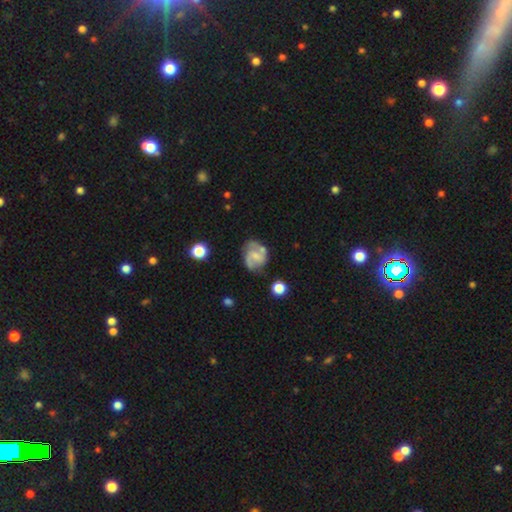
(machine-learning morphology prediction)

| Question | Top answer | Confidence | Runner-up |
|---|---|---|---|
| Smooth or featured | featured or disk | 72% | smooth (21%) |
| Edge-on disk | no | 98% | yes (2%) |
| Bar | weak | 47% | no (41%) |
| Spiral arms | yes | 89% | no (11%) |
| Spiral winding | medium | 49% | loose (30%) |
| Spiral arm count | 2 | 81% | can't tell (9%) |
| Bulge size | small | 46% | none (26%) |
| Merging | none | 59% | minor disturbance (22%) |